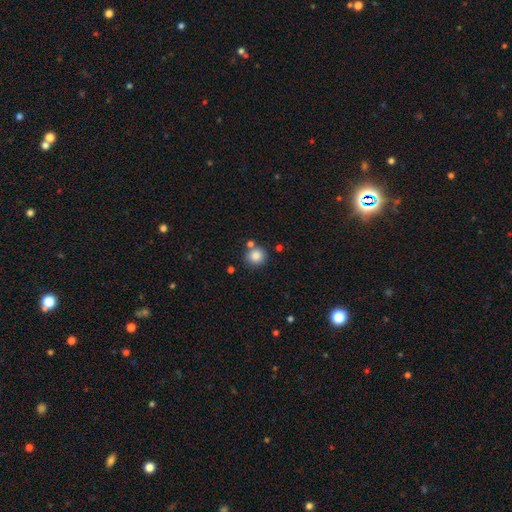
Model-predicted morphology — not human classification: smooth-or-featured: smooth: 85% | star or artifact: 10% | featured or disk: 6%
  how-rounded: round: 89% | in between: 10% | cigar-shaped: 1%
  merging: none: 74% | merger: 13% | minor disturbance: 10% | major disturbance: 3%